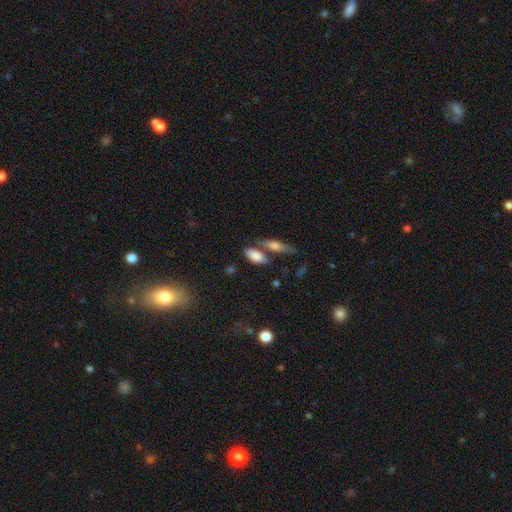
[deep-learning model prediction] A smooth galaxy with no disk features (80%) that is in between round and cigar-shaped (82%).

Vote fractions:
- Smooth or featured? smooth: 80% / featured or disk: 12% / star or artifact: 7%
- How rounded? in between: 82% / cigar-shaped: 14% / round: 4%
- Merging? none: 61% / merger: 22% / minor disturbance: 13% / major disturbance: 4%